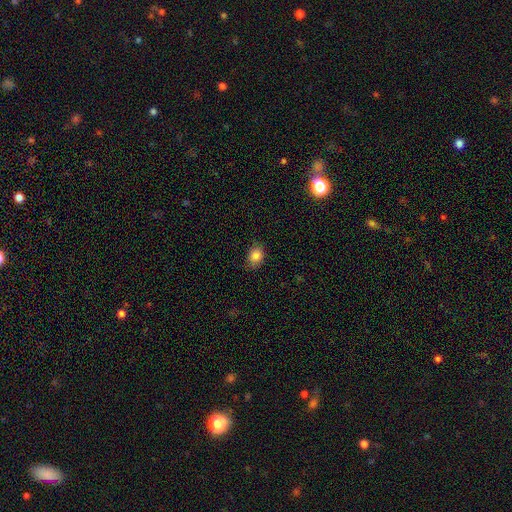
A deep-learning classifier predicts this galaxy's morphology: smooth_or_featured: smooth (p=0.85) [alt: star or artifact p=0.10]
how_rounded: in between (p=0.60) [alt: round p=0.39]
merging: none (p=0.77) [alt: minor disturbance p=0.19]